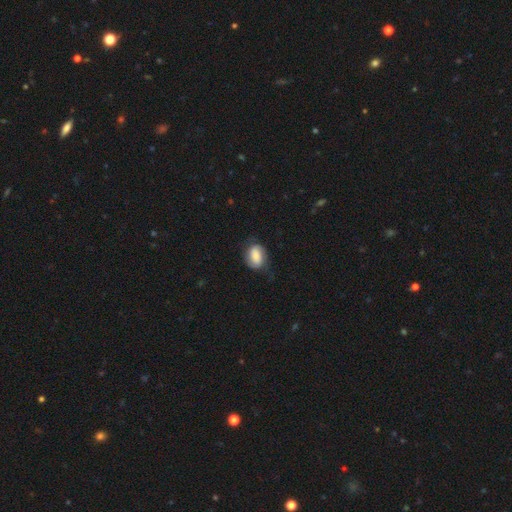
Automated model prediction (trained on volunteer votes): Overall: smooth (61%; featured or disk 31%). How rounded: in between (80%). Merging: none (62%; minor disturbance 25%).